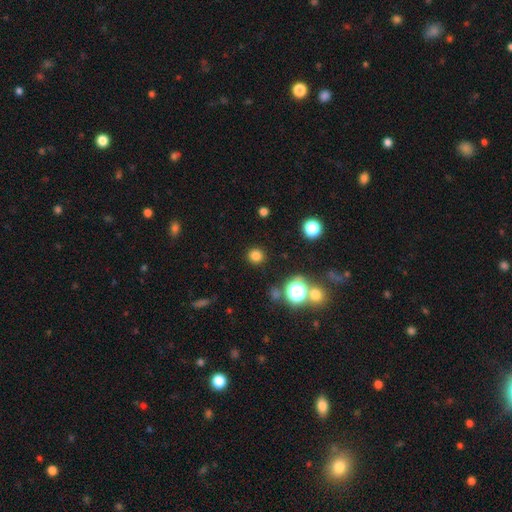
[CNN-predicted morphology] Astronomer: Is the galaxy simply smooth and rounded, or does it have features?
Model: smooth — 77%.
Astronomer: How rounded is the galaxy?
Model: round — 93%.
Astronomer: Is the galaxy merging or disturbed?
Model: none — 90%.